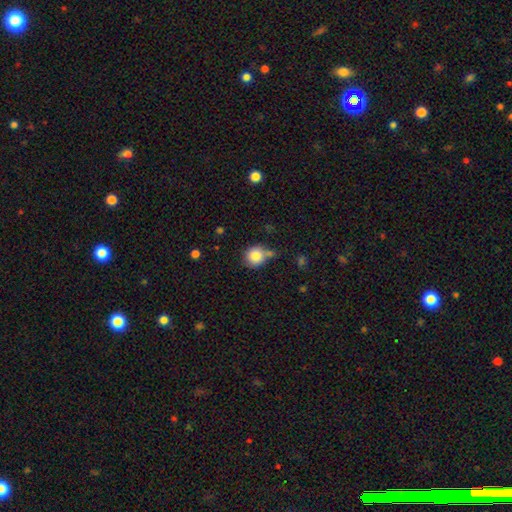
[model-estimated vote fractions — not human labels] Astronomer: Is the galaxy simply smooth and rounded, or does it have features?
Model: smooth — 82%.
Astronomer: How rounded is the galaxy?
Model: round — 86%.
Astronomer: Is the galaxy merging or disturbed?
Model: none — 59%.